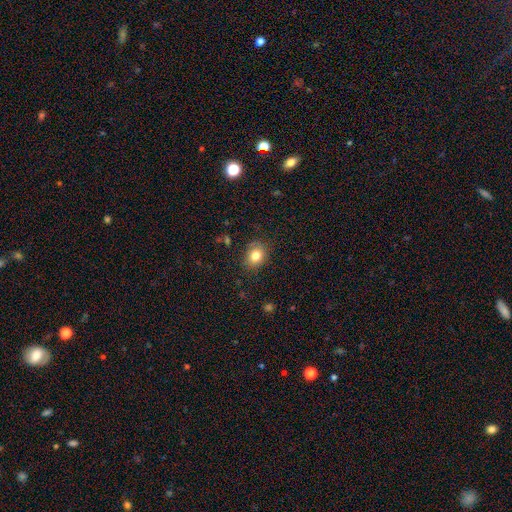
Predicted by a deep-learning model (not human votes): This is clearly a smooth galaxy (81%). How rounded: possibly round (58%). Merging: clearly none (84%).